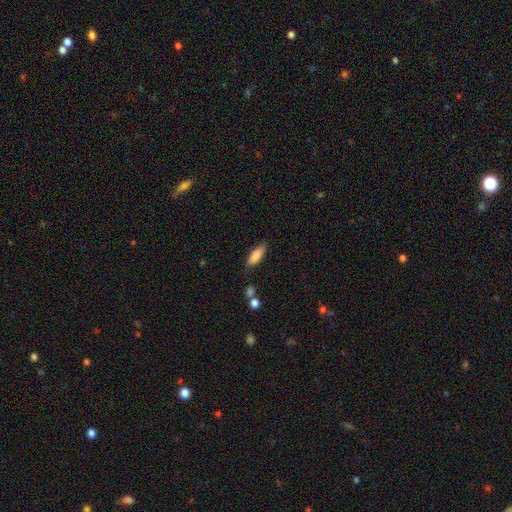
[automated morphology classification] Smooth or featured?
  - smooth: 84% *
  - featured or disk: 9%
  - star or artifact: 7%
How rounded?
  - in between: 60% *
  - cigar-shaped: 38%
  - round: 2%
Merging?
  - none: 76% *
  - minor disturbance: 17%
  - major disturbance: 4%
  - merger: 3%